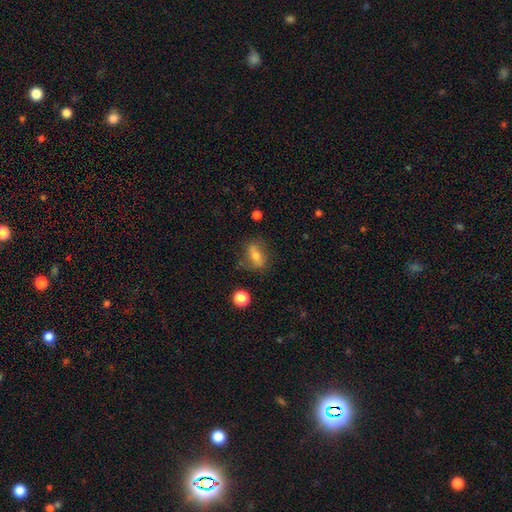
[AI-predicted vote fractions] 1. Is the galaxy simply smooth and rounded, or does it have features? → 61% smooth, 27% featured or disk, 12% star or artifact.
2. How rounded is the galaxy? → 71% in between, 15% round, 14% cigar-shaped.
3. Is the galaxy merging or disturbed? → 71% none, 19% minor disturbance, 7% major disturbance, 3% merger.